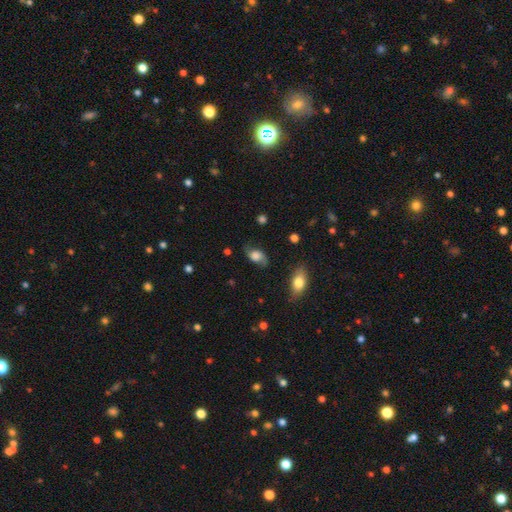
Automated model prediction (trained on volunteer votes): featured or disk 47%, smooth 44%, star or artifact 9%. Down the decision tree: merging — none (66%).